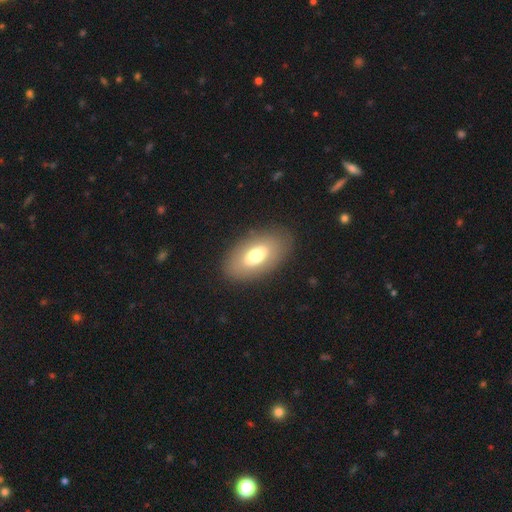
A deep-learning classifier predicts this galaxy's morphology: This is likely a smooth galaxy (66%). How rounded: clearly in between (92%). Merging: clearly none (85%).